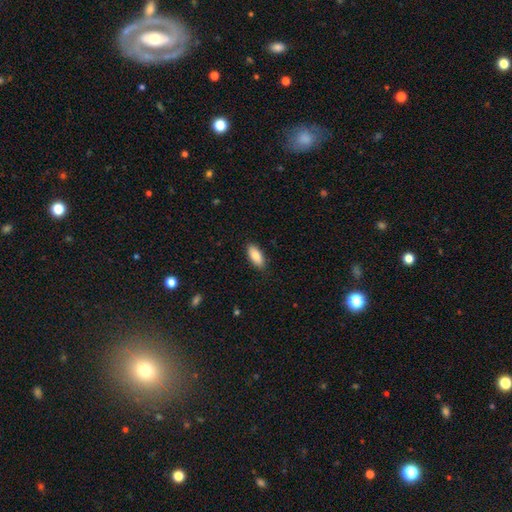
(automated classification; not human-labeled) Smooth or featured: smooth — 84% (featured or disk — 10%)
How rounded: in between — 86% (cigar-shaped — 12%)
Merging: none — 87% (minor disturbance — 10%)